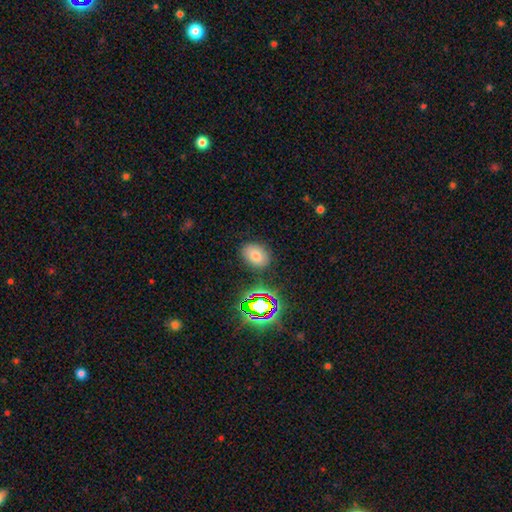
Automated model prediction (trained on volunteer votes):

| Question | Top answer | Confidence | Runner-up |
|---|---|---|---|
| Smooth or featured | smooth | 70% | star or artifact (19%) |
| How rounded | in between | 72% | round (27%) |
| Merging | none | 83% | minor disturbance (11%) |